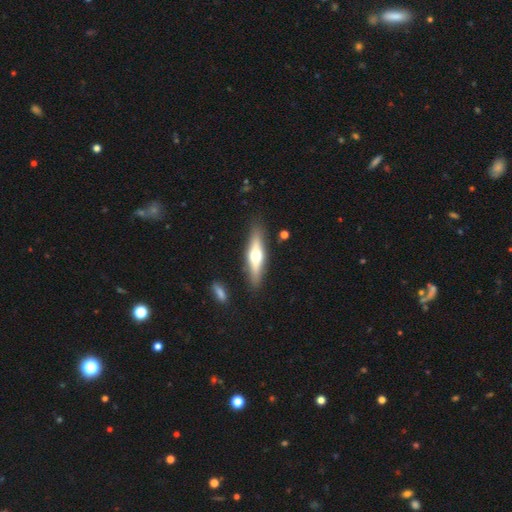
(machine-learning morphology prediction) Smooth or featured?
  - featured or disk: 57% *
  - smooth: 38%
  - star or artifact: 6%
Edge-on disk?
  - yes: 91% *
  - no: 9%
Edge-on bulge?
  - rounded: 94% *
  - boxy: 3%
  - none: 3%
Merging?
  - none: 86% *
  - minor disturbance: 9%
  - major disturbance: 2%
  - merger: 2%